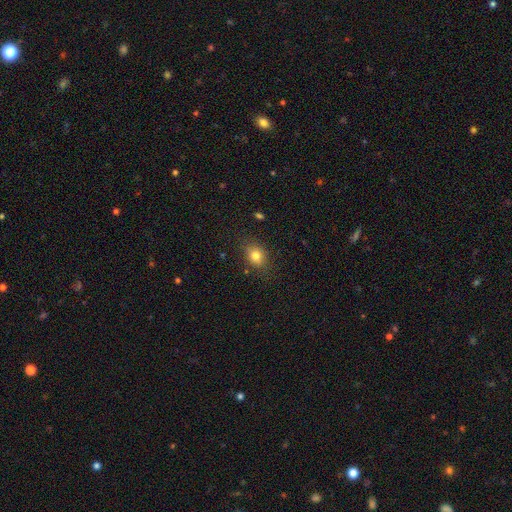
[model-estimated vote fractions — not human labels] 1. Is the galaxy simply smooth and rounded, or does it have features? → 80% smooth, 12% star or artifact, 9% featured or disk.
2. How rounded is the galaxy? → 50% in between, 49% round, 1% cigar-shaped.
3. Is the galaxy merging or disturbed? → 79% none, 15% minor disturbance, 4% major disturbance, 2% merger.